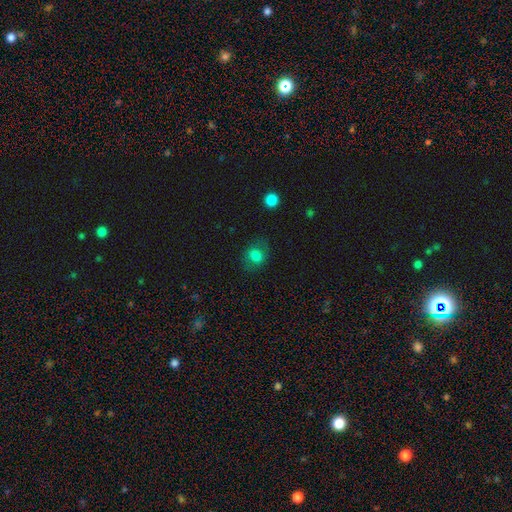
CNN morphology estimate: This is likely a smooth galaxy (76%). How rounded: possibly round (59%). Merging: likely none (76%).